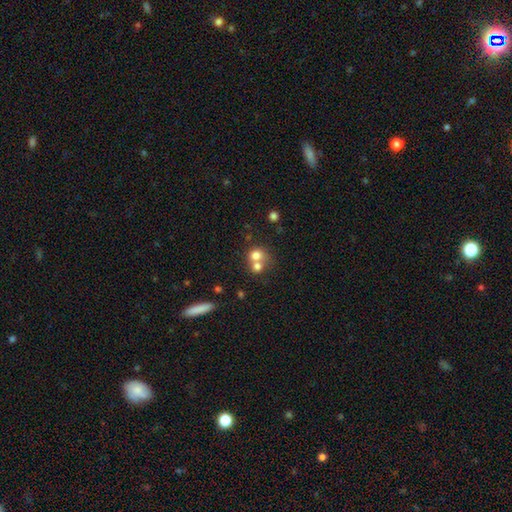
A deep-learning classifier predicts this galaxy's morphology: Smooth or featured? smooth (72%)
How rounded? round (79%)
Merging? merger (59%)